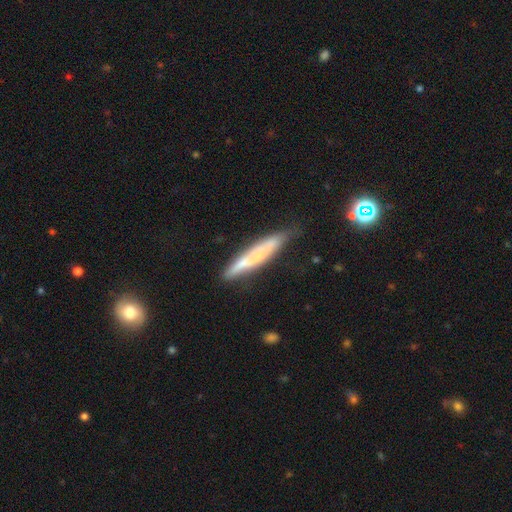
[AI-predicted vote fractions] Smooth or featured?
  - smooth: 48% *
  - featured or disk: 44%
  - star or artifact: 8%
Merging?
  - none: 65% *
  - minor disturbance: 24%
  - major disturbance: 6%
  - merger: 5%